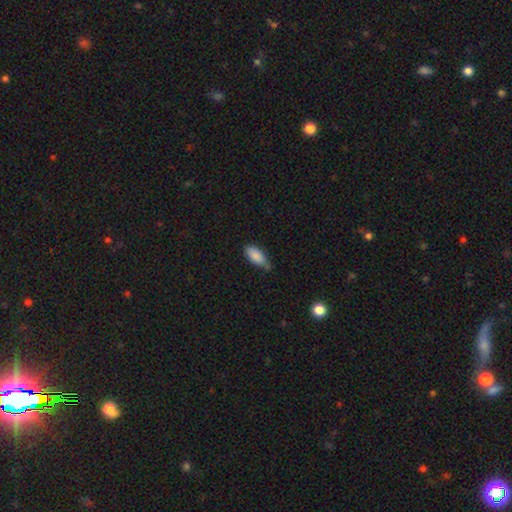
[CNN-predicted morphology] The model was most divided on "merging": minor disturbance: 47%, none: 42%, major disturbance: 8%, merger: 3%. More confident: how rounded — in between (90%); smooth or featured — smooth (86%).